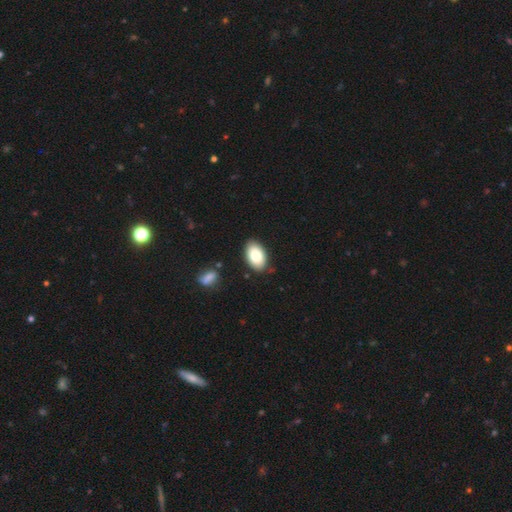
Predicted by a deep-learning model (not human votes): Overall: smooth (78%). How rounded: in between (92%). Merging: none (84%).